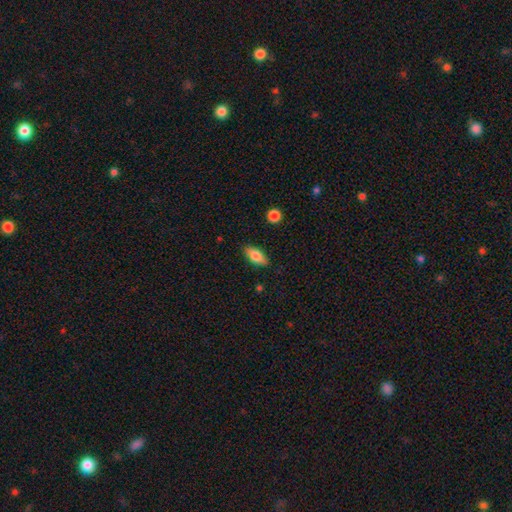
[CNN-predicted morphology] Smooth or featured? Predicted: smooth (p=0.80). How rounded? Predicted: in between (p=0.88). Merging? Predicted: none (p=0.86).